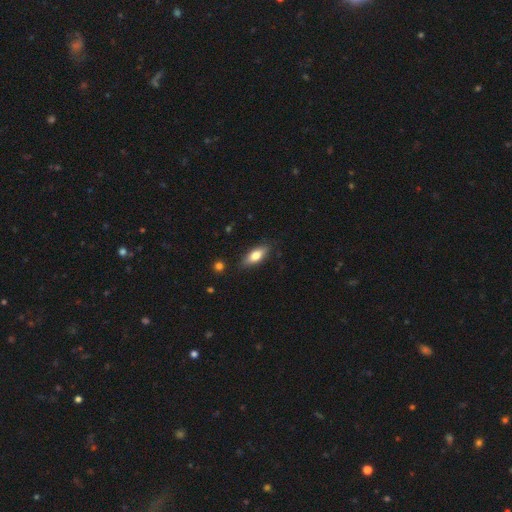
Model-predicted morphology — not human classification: The model was most divided on "smooth or featured": smooth: 69%, featured or disk: 25%, star or artifact: 6%. More confident: merging — none (84%); how rounded — in between (71%).